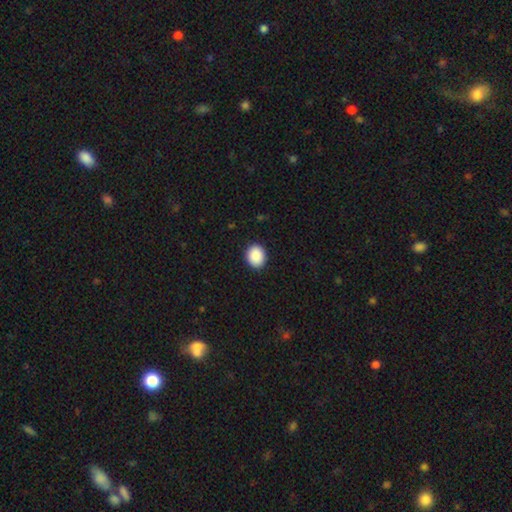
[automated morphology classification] Overall: smooth (90%). How rounded: round (61%; in between 38%). Merging: none (91%).